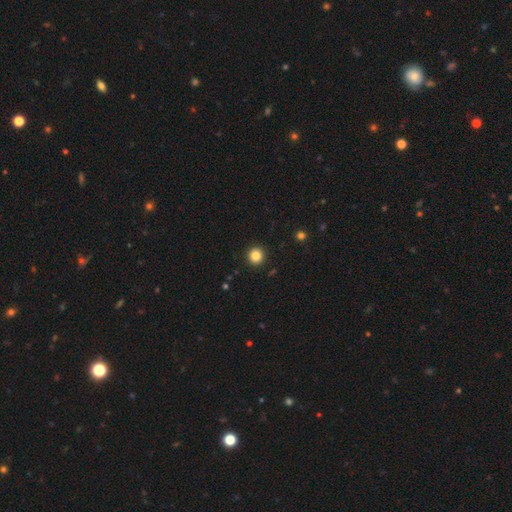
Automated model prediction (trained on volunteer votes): The model was most divided on "smooth or featured": smooth: 84%, star or artifact: 11%, featured or disk: 5%. More confident: how rounded — round (95%); merging — none (93%).